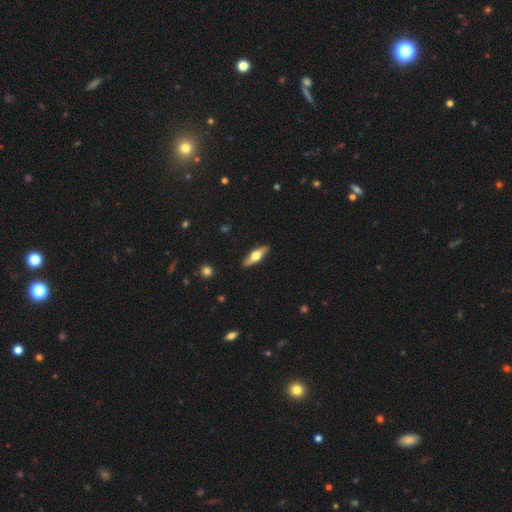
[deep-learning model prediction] Smooth or featured: featured or disk — 56% (smooth — 39%)
Edge-on disk: yes — 90% (no — 10%)
Merging: none — 89% (minor disturbance — 9%)